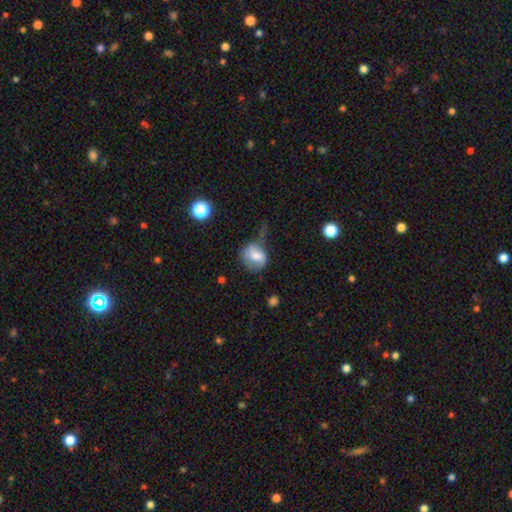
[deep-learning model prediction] Smooth or featured: smooth — 63% (featured or disk — 28%)
How rounded: round — 61% (in between — 37%)
Merging: none — 33% (minor disturbance — 30%)